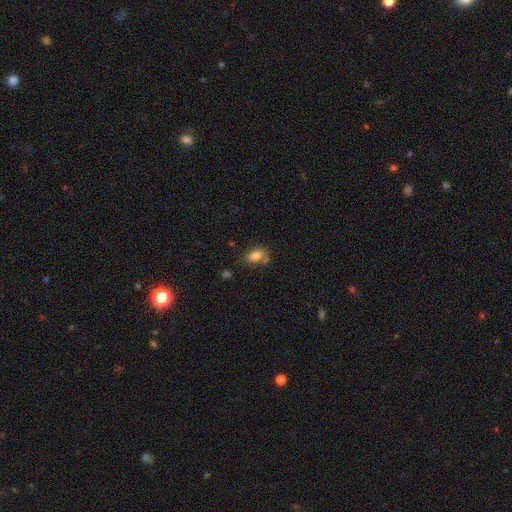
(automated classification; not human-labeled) smooth 80%, star or artifact 10%, featured or disk 10%. Down the decision tree: how rounded — in between (88%); merging — none (58%).